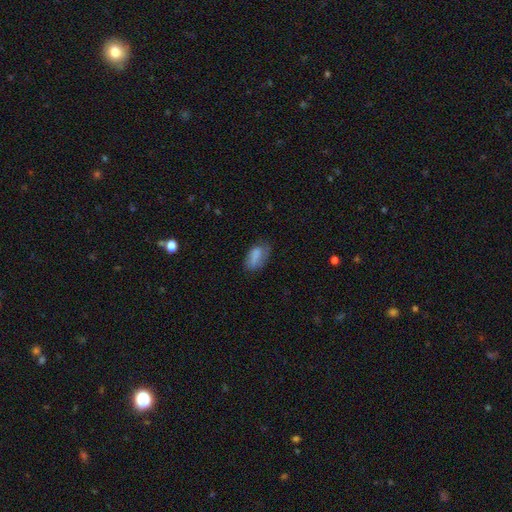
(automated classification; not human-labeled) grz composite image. It shows a smooth galaxy with no disk features (79%) that is in between round and cigar-shaped (89%). Merging: none (56%).